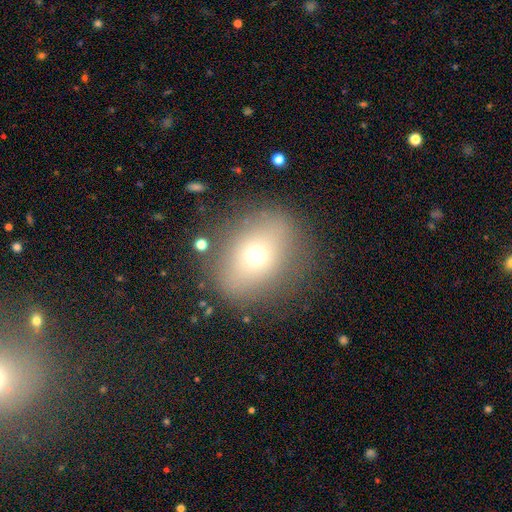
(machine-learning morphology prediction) This appears to be a smooth galaxy with no disk features (64%) that is round (52%). Merging: none (79%).